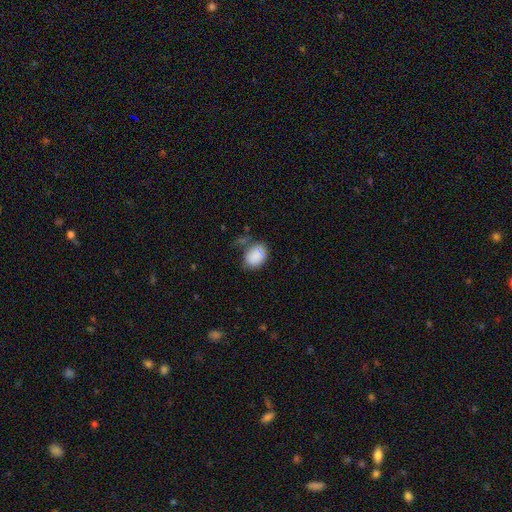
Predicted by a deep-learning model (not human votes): This is clearly a smooth galaxy (85%). How rounded: likely in between (71%). Merging: possibly none (54%).